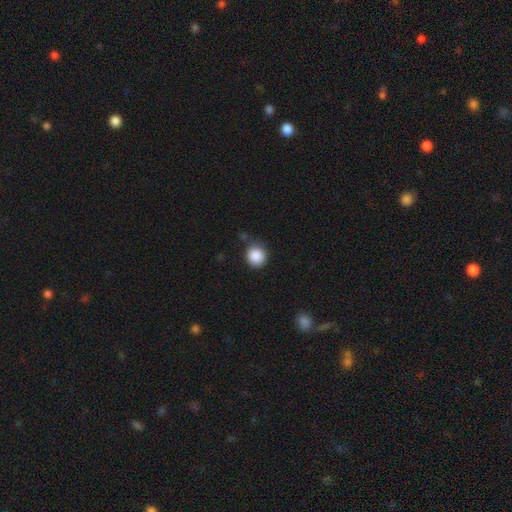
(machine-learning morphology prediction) Overall: smooth (88%). How rounded: round (87%). Merging: none (75%).